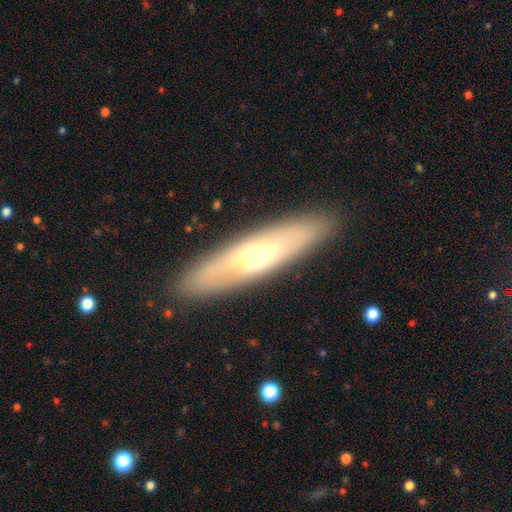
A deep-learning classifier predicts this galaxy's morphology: This is possibly a featured or disk galaxy (56%). It is possibly not viewed edge-on (51%). Merging: clearly none (88%).